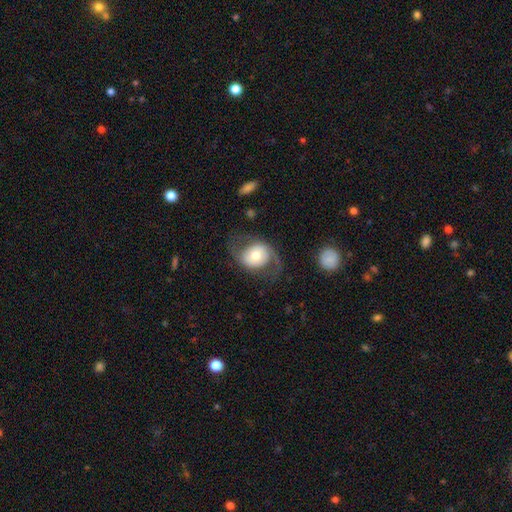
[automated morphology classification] type=featured or disk (61%); edge-on=no (96%); bar=no (66%); spiral arms=yes (78%); bulge=moderate (66%); merging=none (60%).